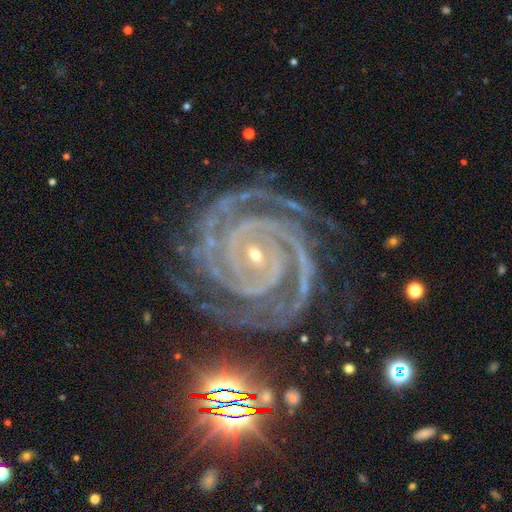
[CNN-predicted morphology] Smooth or featured? Predicted: featured or disk (p=0.93). Edge-on disk? Predicted: no (p=0.98). Bar? Predicted: no (p=0.46). Spiral arms? Predicted: yes (p=0.99). Spiral winding? Predicted: tight (p=0.84). Spiral arm count? Predicted: 2 (p=0.32). Bulge size? Predicted: small (p=0.78). Merging? Predicted: none (p=0.74).